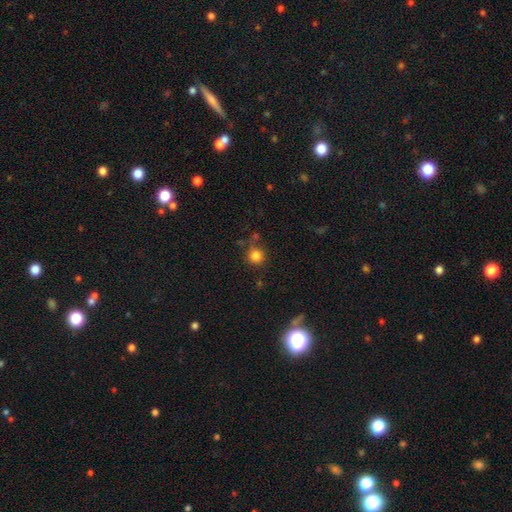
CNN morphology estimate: type=smooth (82%); roundness=round (91%); merging=none (71%).